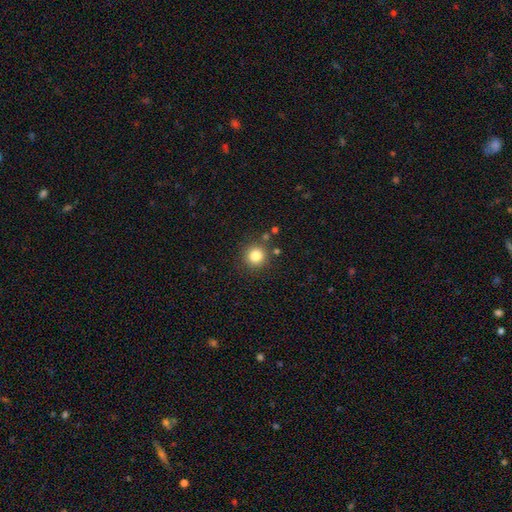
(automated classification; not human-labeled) Smooth or featured? smooth (83%)
How rounded? round (94%)
Merging? none (86%)